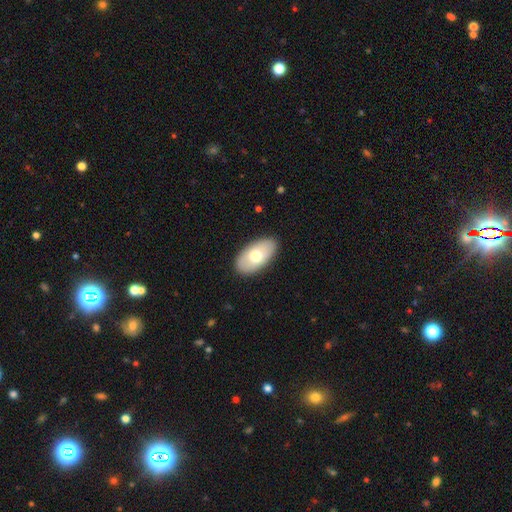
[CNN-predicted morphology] This is likely a smooth galaxy (68%). How rounded: clearly in between (94%). Merging: clearly none (87%).